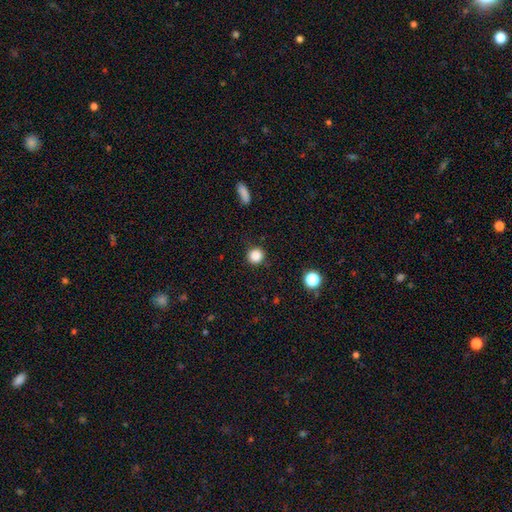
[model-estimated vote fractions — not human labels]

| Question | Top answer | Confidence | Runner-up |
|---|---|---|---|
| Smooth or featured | smooth | 86% | star or artifact (11%) |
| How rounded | round | 94% | in between (5%) |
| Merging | none | 89% | minor disturbance (7%) |